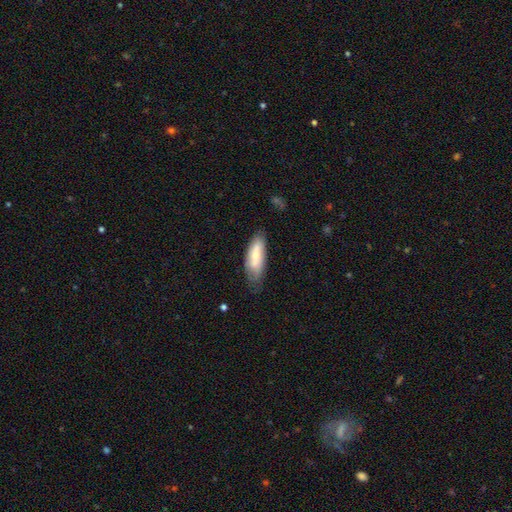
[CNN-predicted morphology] Smooth or featured? smooth (58%)
How rounded? in between (66%)
Merging? none (64%)